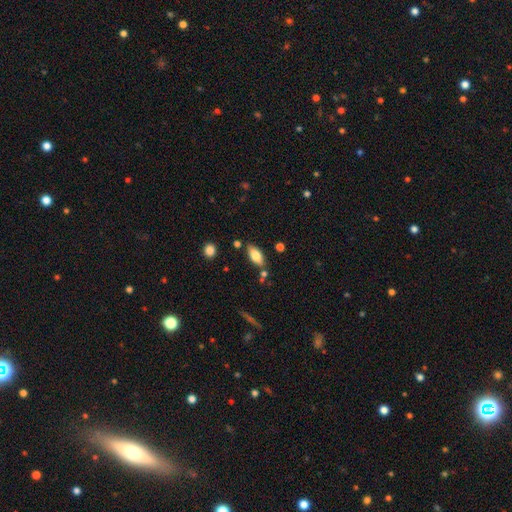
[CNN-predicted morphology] Smooth or featured? smooth (74%)
How rounded? in between (85%)
Merging? none (78%)